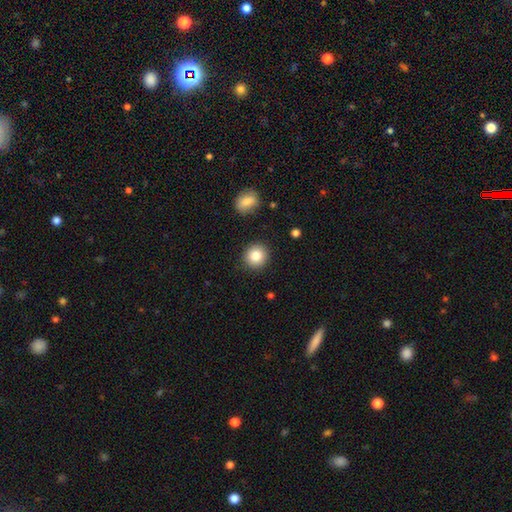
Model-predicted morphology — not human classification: This is clearly a smooth galaxy (84%). How rounded: clearly round (91%). Merging: clearly none (90%).